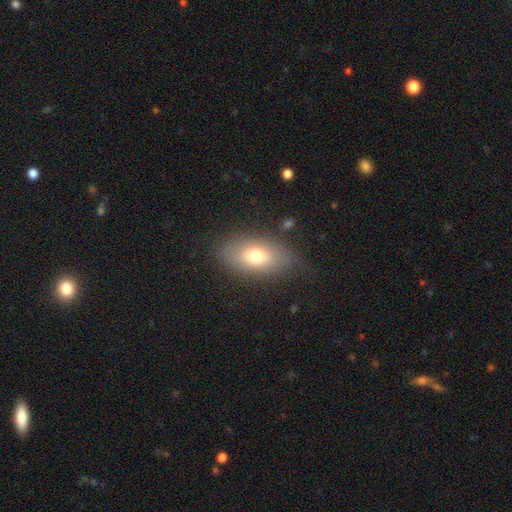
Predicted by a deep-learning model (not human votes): Smooth or featured? Predicted: smooth (p=0.70). How rounded? Predicted: in between (p=0.88). Merging? Predicted: none (p=0.76).